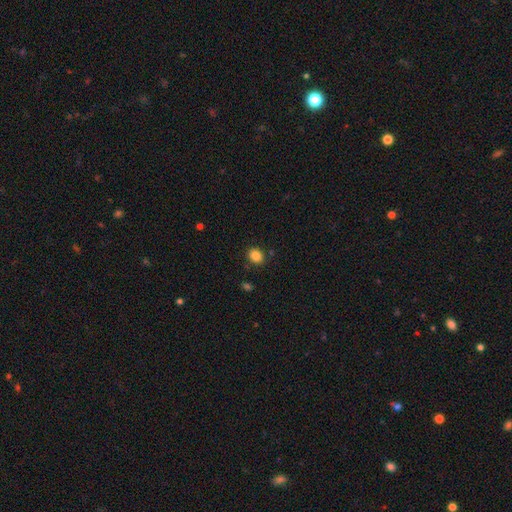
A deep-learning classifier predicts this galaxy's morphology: Overall: smooth (85%). How rounded: round (56%; in between 43%). Merging: none (85%).